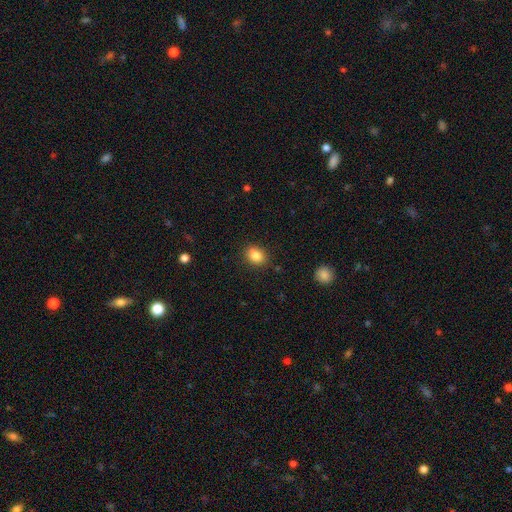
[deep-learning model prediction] Overall: smooth (84%). How rounded: in between (55%; round 44%). Merging: none (85%).